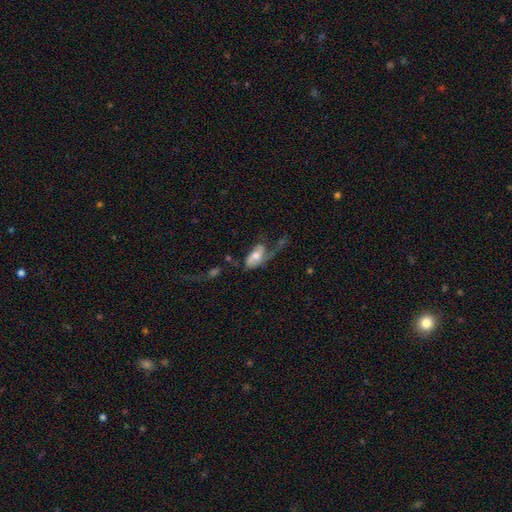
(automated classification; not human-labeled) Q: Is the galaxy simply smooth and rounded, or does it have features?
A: smooth — 48%.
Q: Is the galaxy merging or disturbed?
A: major disturbance — 48%.